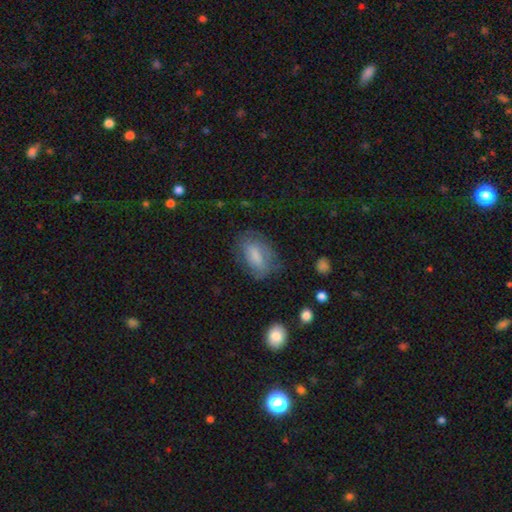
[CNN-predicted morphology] A smooth galaxy with no disk features (66%) that is in between round and cigar-shaped (87%).

Vote fractions:
- Smooth or featured? smooth: 66% / featured or disk: 26% / star or artifact: 9%
- How rounded? in between: 87% / round: 8% / cigar-shaped: 5%
- Merging? none: 61% / minor disturbance: 24% / major disturbance: 12% / merger: 2%